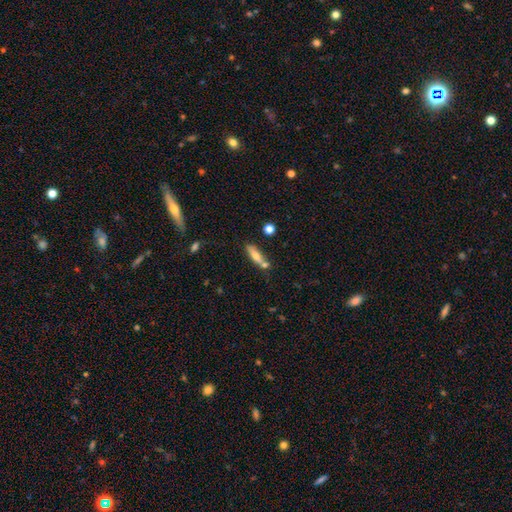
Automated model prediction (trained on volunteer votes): Morphology: type=smooth (62%); roundness=cigar-shaped (68%); merging=none (62%).